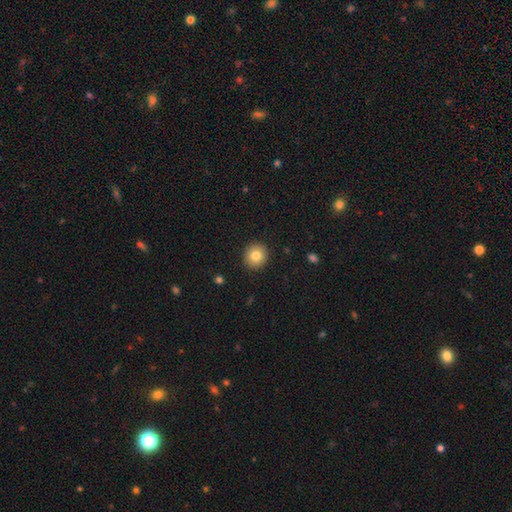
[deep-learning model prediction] Smooth or featured? smooth (81%)
How rounded? round (90%)
Merging? none (92%)